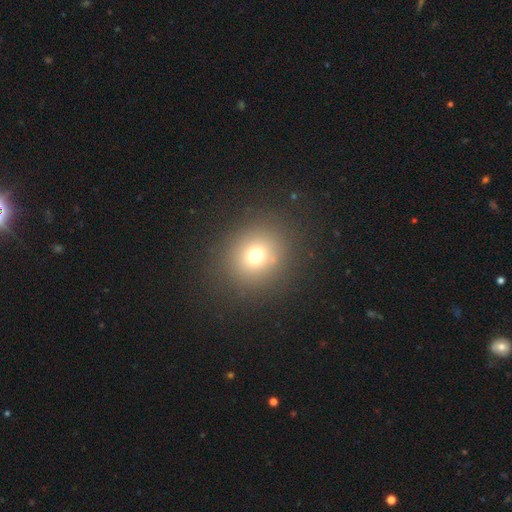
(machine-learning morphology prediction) smooth_or_featured: smooth (p=0.71) [alt: star or artifact p=0.18]
how_rounded: round (p=0.81) [alt: in between p=0.18]
merging: none (p=0.86) [alt: minor disturbance p=0.08]